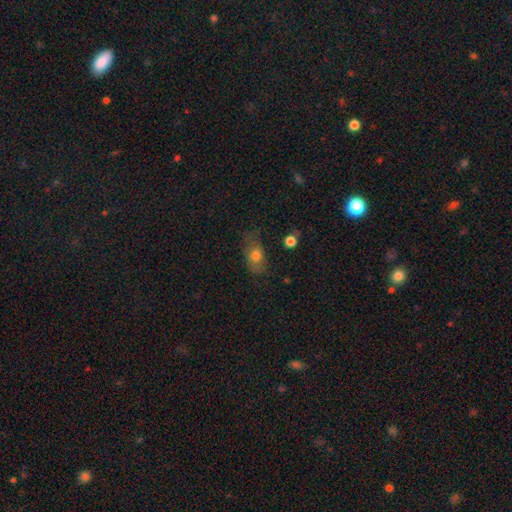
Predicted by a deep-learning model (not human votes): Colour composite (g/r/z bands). It shows a smooth galaxy with no disk features (74%) that is in between round and cigar-shaped (79%). Merging: none (55%).